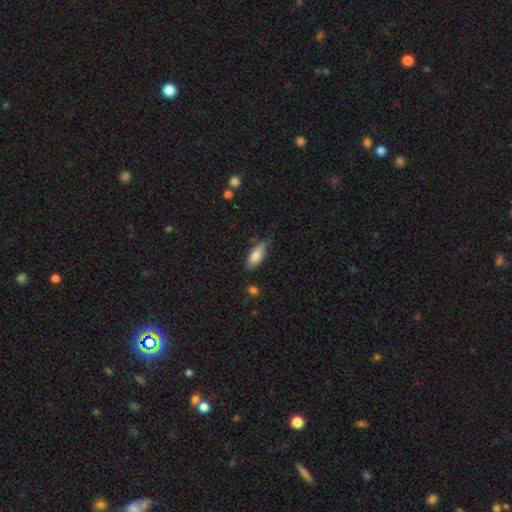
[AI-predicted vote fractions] Smooth or featured?
  - smooth: 81% *
  - featured or disk: 12%
  - star or artifact: 7%
How rounded?
  - in between: 75% *
  - cigar-shaped: 23%
  - round: 2%
Merging?
  - none: 58% *
  - minor disturbance: 33%
  - major disturbance: 6%
  - merger: 3%